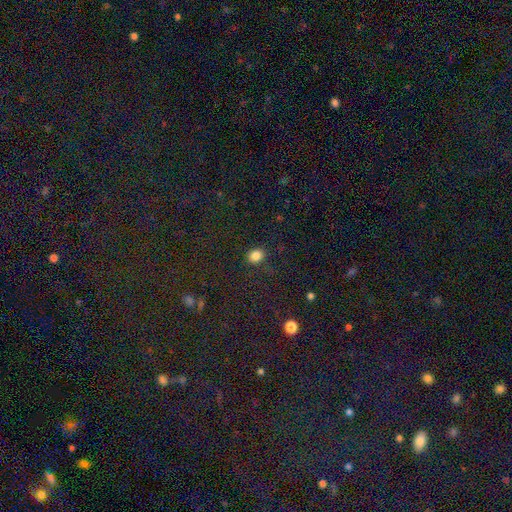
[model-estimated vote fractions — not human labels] smooth_or_featured: smooth (p=0.83) [alt: star or artifact p=0.12]
how_rounded: round (p=0.54) [alt: in between p=0.45]
merging: none (p=0.84) [alt: minor disturbance p=0.11]